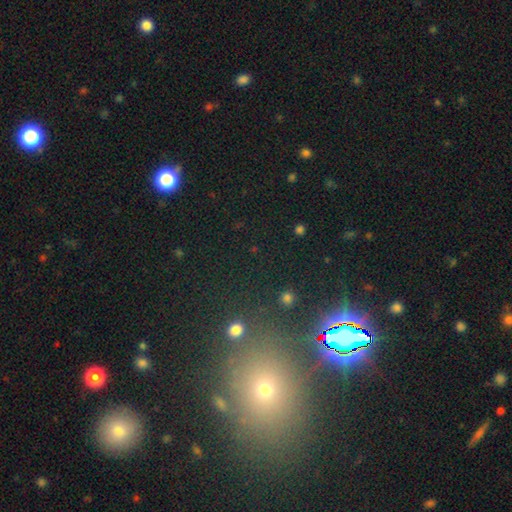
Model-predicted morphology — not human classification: Smooth or featured? Predicted: star or artifact (p=0.64).